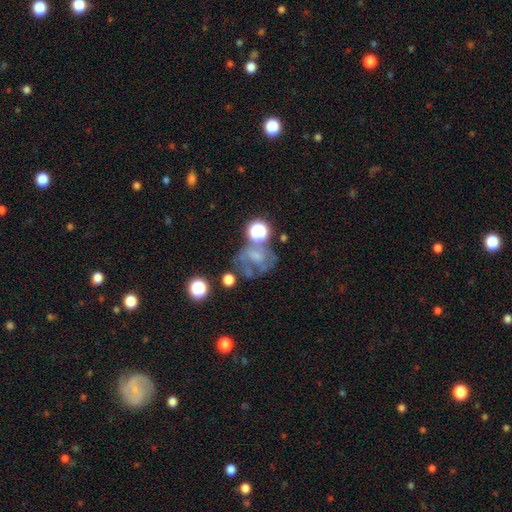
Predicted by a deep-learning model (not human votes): Morphology: type=featured or disk (47%); merging=none (38%).